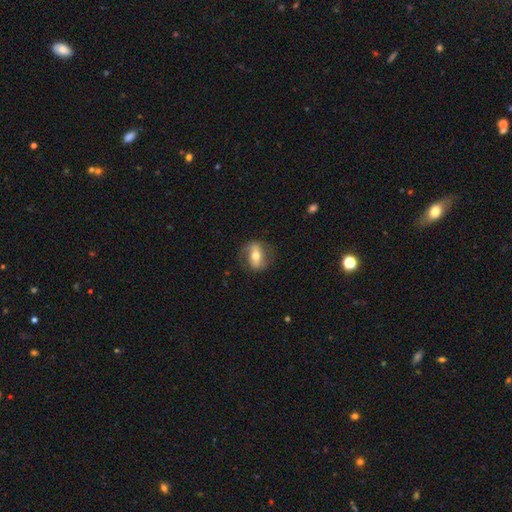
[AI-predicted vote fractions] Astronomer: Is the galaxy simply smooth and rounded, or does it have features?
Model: featured or disk — 48% (runner-up: smooth, 45%).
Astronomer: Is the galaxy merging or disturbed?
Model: none — 75%.